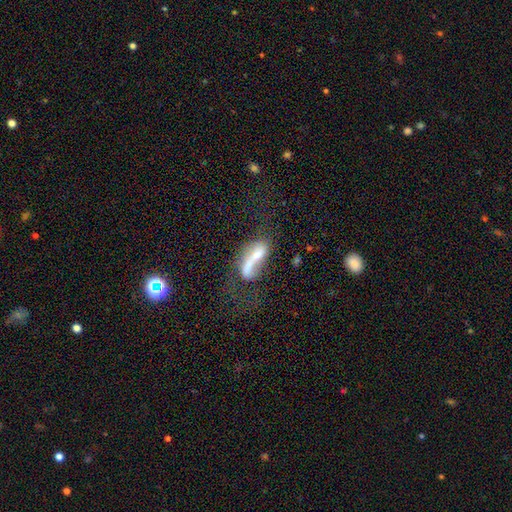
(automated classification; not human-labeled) Overall: smooth (48%; featured or disk 42%). Merging: merger (41%; major disturbance 25%).